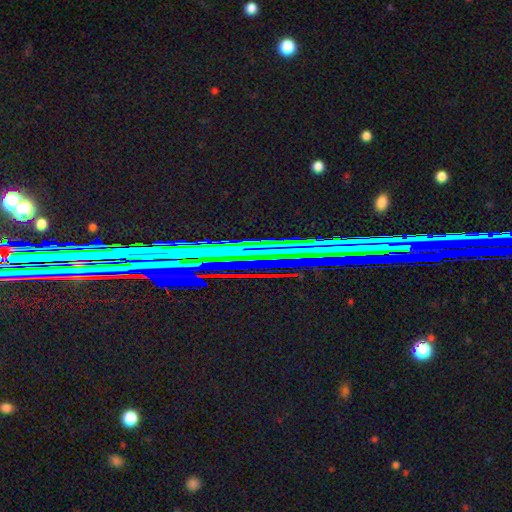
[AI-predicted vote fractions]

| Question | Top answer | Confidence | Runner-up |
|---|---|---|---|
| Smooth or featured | star or artifact | 73% | featured or disk (17%) |